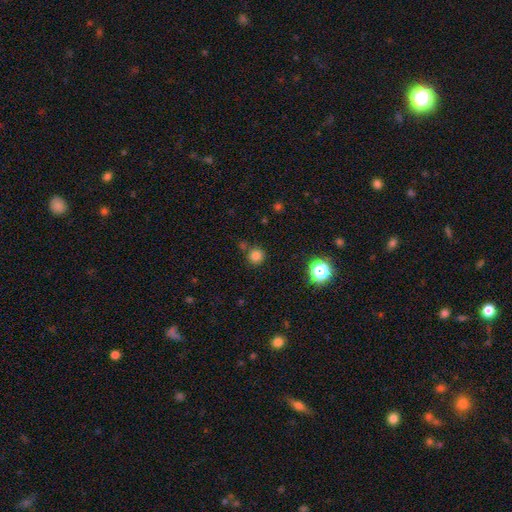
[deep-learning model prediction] Smooth or featured? smooth (79%)
How rounded? round (94%)
Merging? none (79%)